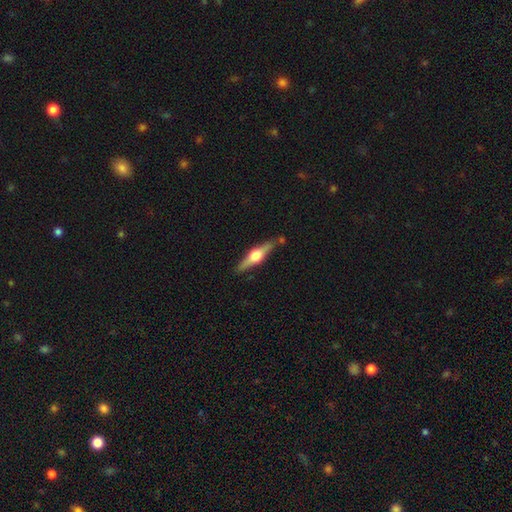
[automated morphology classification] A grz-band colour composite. It shows a featured or disk galaxy (74%) viewed edge-on (97%) with a rounded central bulge (94%). Merging: none (84%).